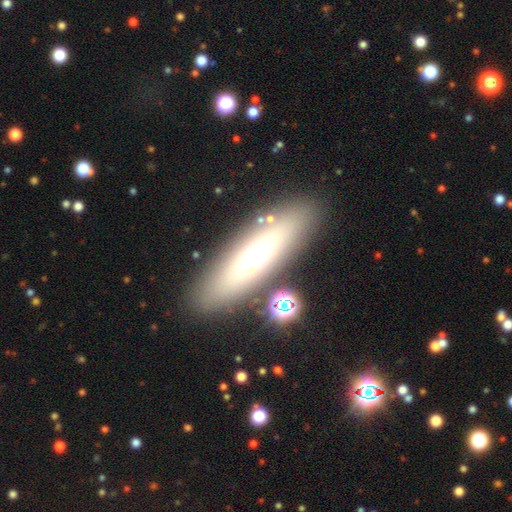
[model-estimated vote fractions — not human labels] A smooth galaxy with no disk features (54%) that is cigar-shaped (61%).

Vote fractions:
- Smooth or featured? smooth: 54% / featured or disk: 36% / star or artifact: 11%
- How rounded? cigar-shaped: 61% / in between: 36% / round: 3%
- Merging? none: 83% / minor disturbance: 9% / merger: 4% / major disturbance: 4%